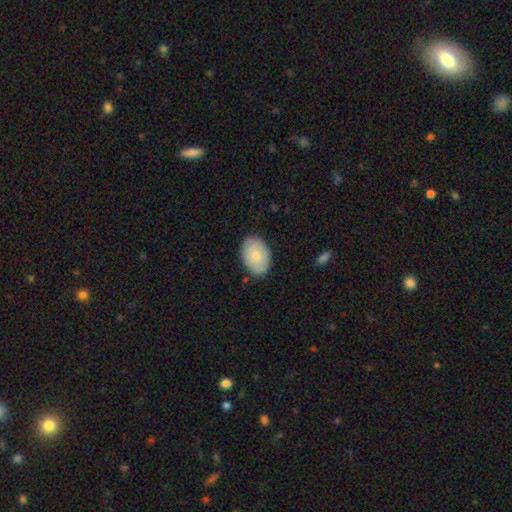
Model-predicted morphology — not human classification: Overall: smooth (80%). How rounded: in between (87%). Merging: none (83%).